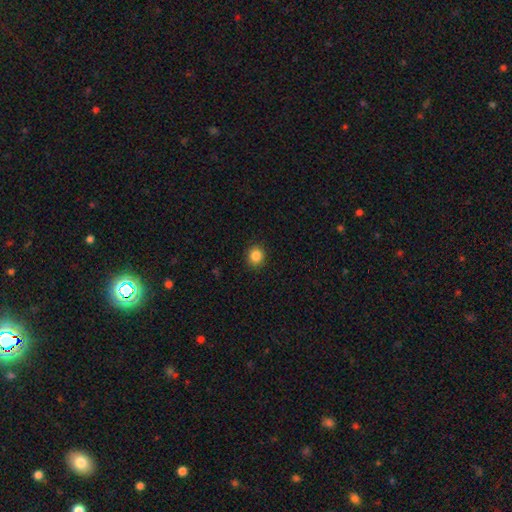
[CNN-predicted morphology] A smooth galaxy with no disk features (86%) that is round (86%).

Vote fractions:
- Smooth or featured? smooth: 86% / star or artifact: 10% / featured or disk: 4%
- How rounded? round: 86% / in between: 13% / cigar-shaped: 1%
- Merging? none: 91% / minor disturbance: 6% / major disturbance: 2% / merger: 1%